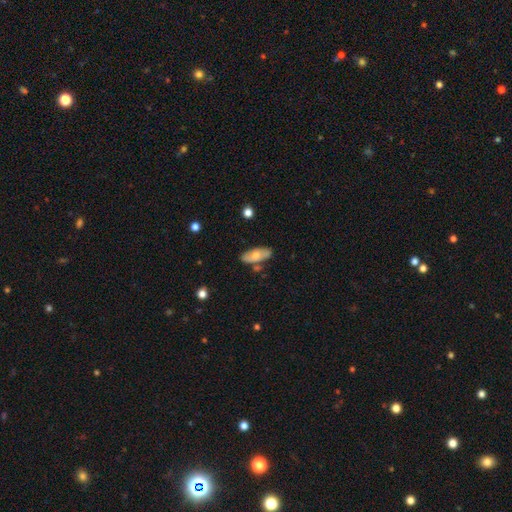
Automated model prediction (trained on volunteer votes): Smooth or featured? Predicted: smooth (p=0.58). How rounded? Predicted: in between (p=0.83). Merging? Predicted: none (p=0.74).